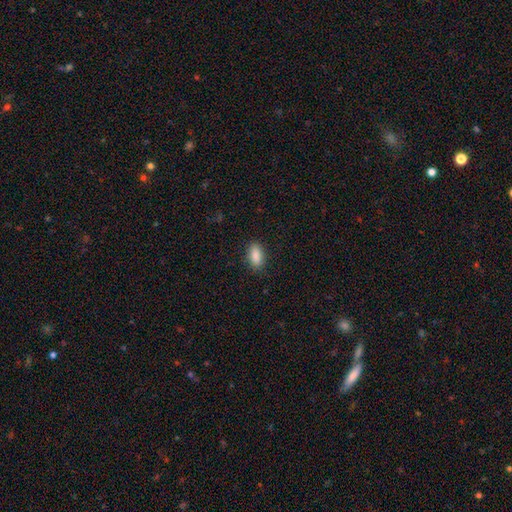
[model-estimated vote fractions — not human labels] Overall: smooth (89%). How rounded: in between (90%). Merging: none (87%).